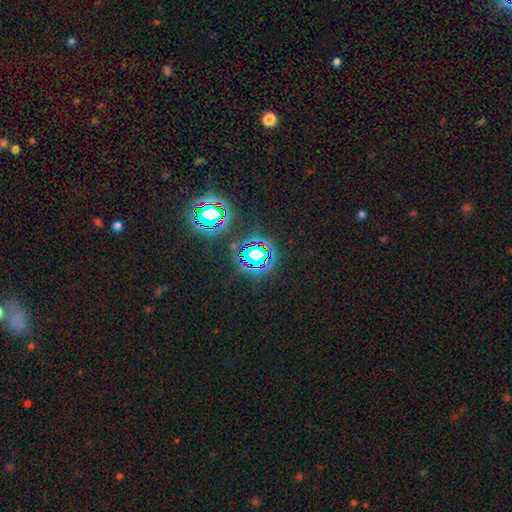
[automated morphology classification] Smooth or featured? star or artifact (70%)